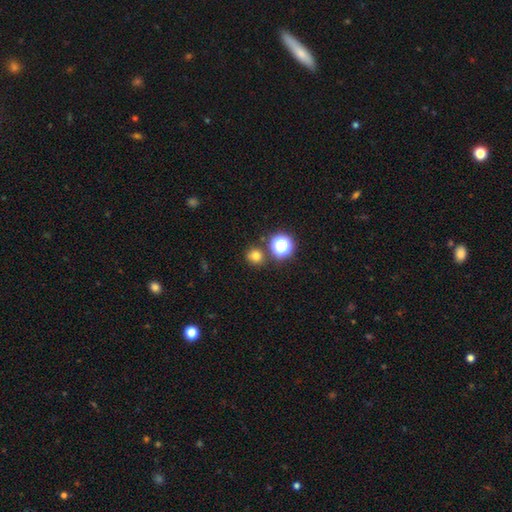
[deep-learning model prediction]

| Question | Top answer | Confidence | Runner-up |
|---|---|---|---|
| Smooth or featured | smooth | 74% | star or artifact (20%) |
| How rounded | round | 88% | in between (11%) |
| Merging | none | 81% | minor disturbance (8%) |